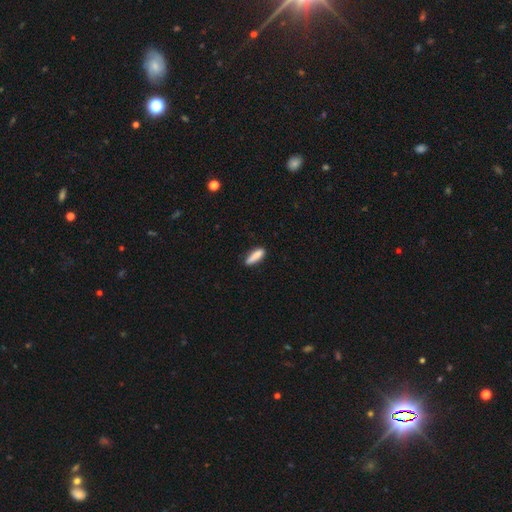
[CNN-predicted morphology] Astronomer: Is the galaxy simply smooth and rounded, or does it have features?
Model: smooth — 85%.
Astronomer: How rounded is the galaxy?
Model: cigar-shaped — 61% (runner-up: in between, 37%).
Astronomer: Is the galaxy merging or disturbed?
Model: none — 80%.